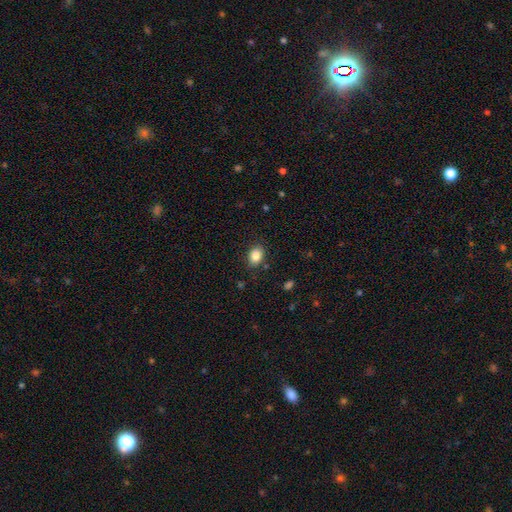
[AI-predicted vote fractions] smooth 84%, star or artifact 9%, featured or disk 6%. Down the decision tree: how rounded — in between (67%); merging — none (86%).